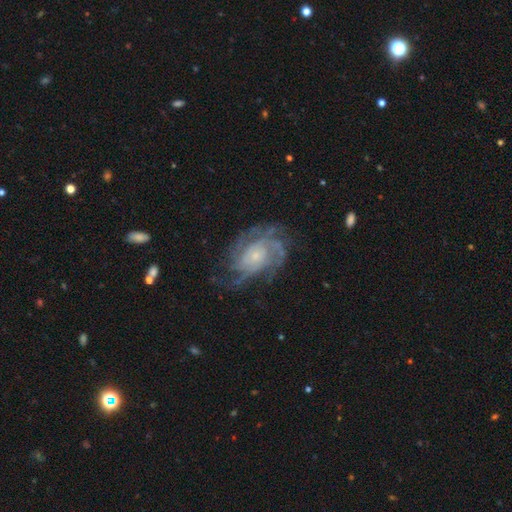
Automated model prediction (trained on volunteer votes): A featured or disk galaxy (88%) with no bar (75%), tight (58%) spiral arms (96%) and a small central bulge (66%).

Vote fractions:
- Smooth or featured? featured or disk: 88% / smooth: 7% / star or artifact: 6%
- Edge-on disk? no: 97% / yes: 3%
- Bar? no: 75% / weak: 20% / strong: 5%
- Spiral arms? yes: 96% / no: 4%
- Spiral winding? tight: 58% / medium: 34% / loose: 8%
- Spiral arm count? can't tell: 25% / 3: 23% / 4: 21% / 2: 17% / more than 4: 8% / 1: 7%
- Bulge size? small: 66% / moderate: 24% / none: 5% / large: 4% / dominant: 1%
- Merging? none: 69% / minor disturbance: 18% / major disturbance: 12% / merger: 1%